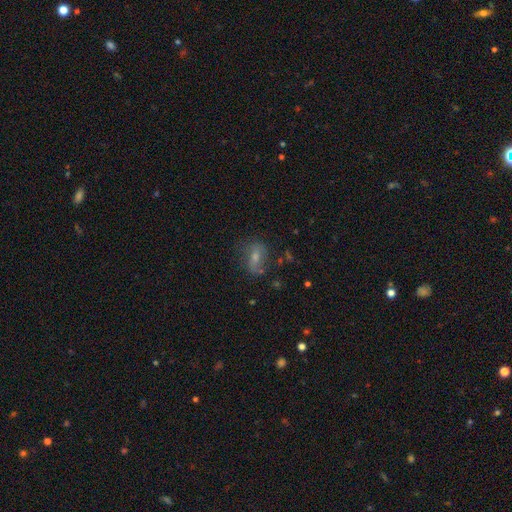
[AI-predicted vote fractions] Morphology: type=featured or disk (44%); merging=none (64%).